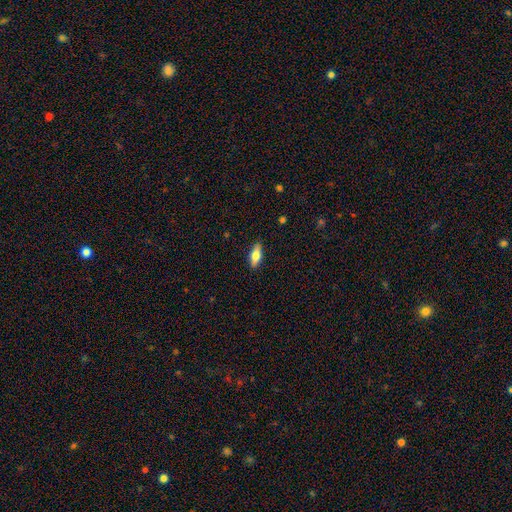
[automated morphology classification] Smooth or featured: smooth — 66% (featured or disk — 27%)
How rounded: in between — 71% (cigar-shaped — 26%)
Merging: none — 88% (minor disturbance — 9%)